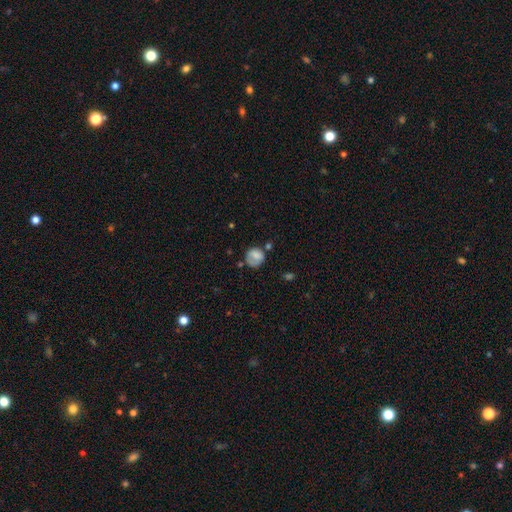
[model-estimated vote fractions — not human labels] A smooth galaxy with no disk features (71%) that is round (76%). Merging: none (54%).